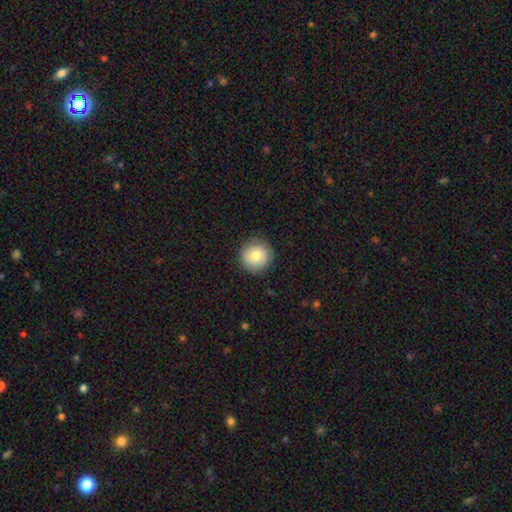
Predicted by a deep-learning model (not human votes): Smooth or featured? Predicted: smooth (p=0.79). How rounded? Predicted: round (p=0.95). Merging? Predicted: none (p=0.88).